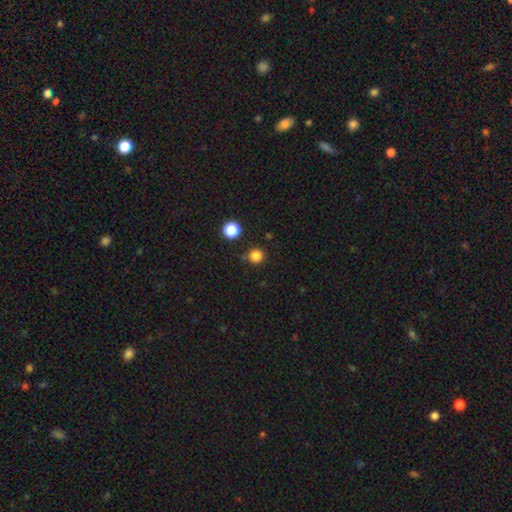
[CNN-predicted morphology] This is clearly a smooth galaxy (83%). How rounded: clearly round (93%). Merging: clearly none (83%).